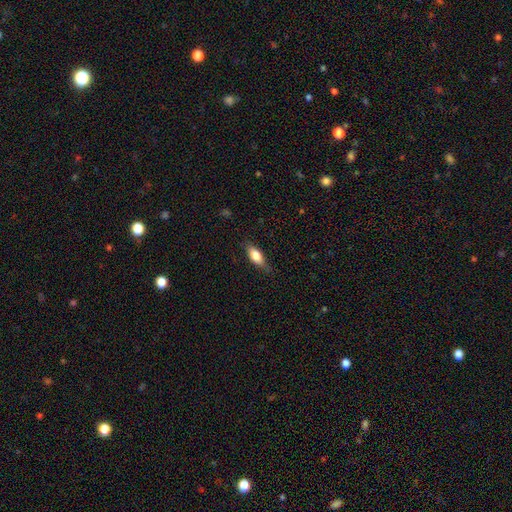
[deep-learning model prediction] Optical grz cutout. It shows a smooth galaxy with no disk features (76%) that is in between round and cigar-shaped (74%). Merging: none (77%).